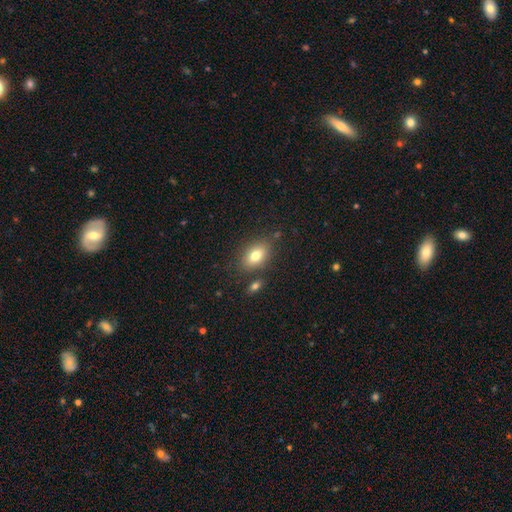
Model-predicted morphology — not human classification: Smooth or featured? smooth (78%)
How rounded? in between (84%)
Merging? none (77%)